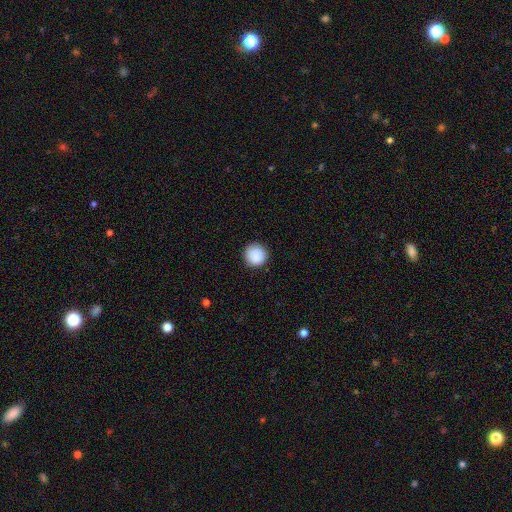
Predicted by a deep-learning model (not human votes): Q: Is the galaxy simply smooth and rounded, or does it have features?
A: smooth — 89%.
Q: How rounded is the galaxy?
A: round — 95%.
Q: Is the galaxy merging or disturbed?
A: none — 90%.